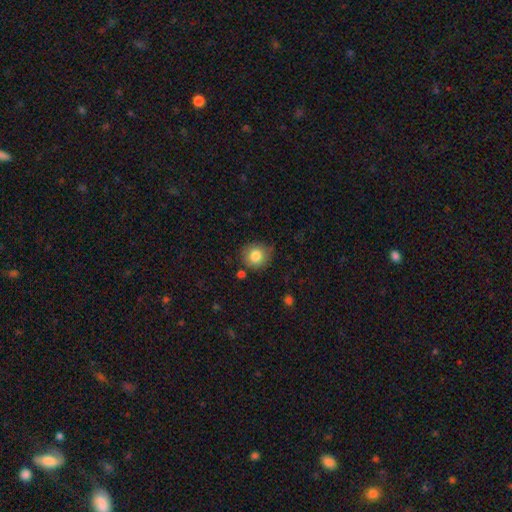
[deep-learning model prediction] A smooth galaxy with no disk features (82%) that is round (88%). Merging: none (78%).